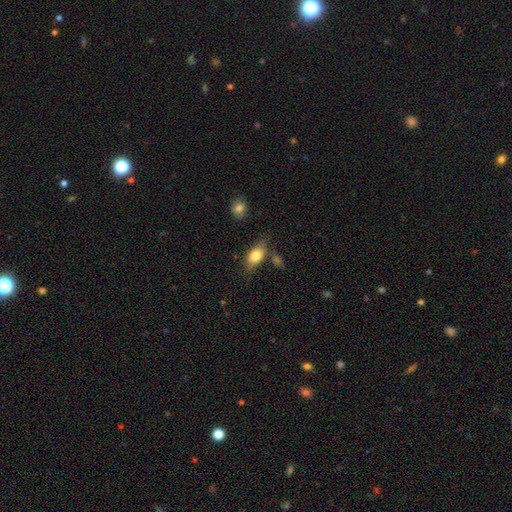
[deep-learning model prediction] This appears to be a smooth galaxy with no disk features (73%) that is in between round and cigar-shaped (85%). Merging: none (63%).